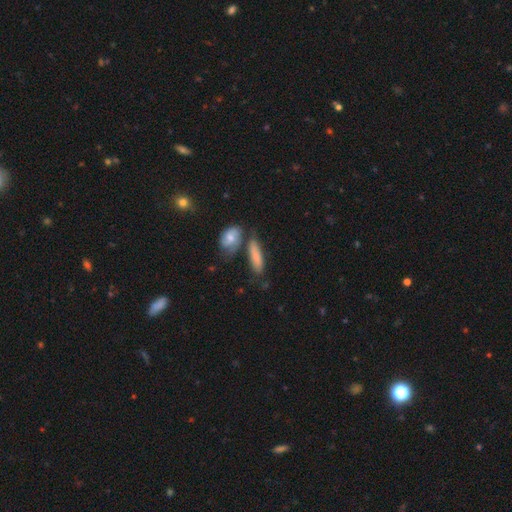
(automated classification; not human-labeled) Smooth or featured: smooth — 72% (featured or disk — 20%)
How rounded: cigar-shaped — 55% (in between — 43%)
Merging: none — 54% (merger — 21%)